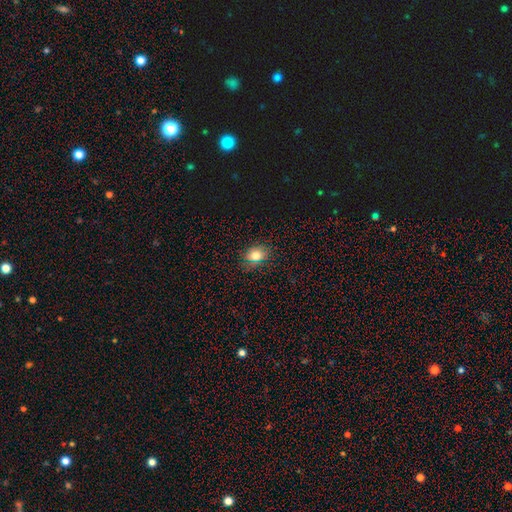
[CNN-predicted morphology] smooth_or_featured: smooth (p=0.76) [alt: star or artifact p=0.15]
how_rounded: in between (p=0.52) [alt: round p=0.46]
merging: none (p=0.84) [alt: minor disturbance p=0.12]